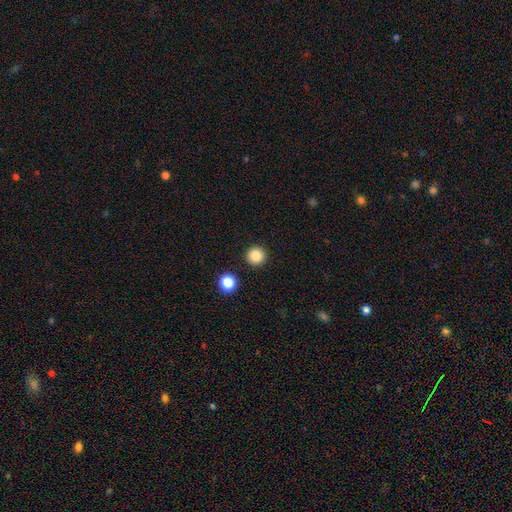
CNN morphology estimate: This appears to be a smooth galaxy with no disk features (85%) that is round (96%). Merging: none (92%).